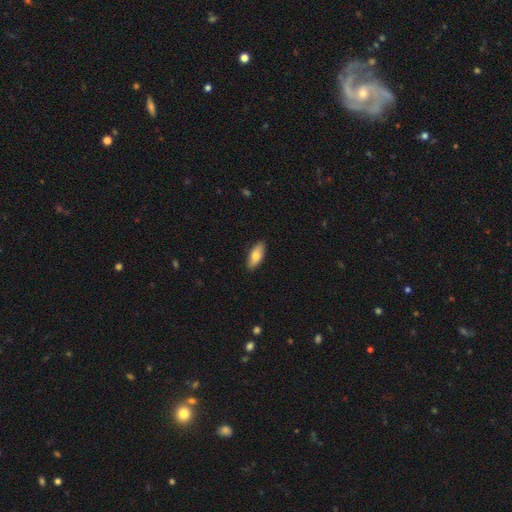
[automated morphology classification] Smooth or featured: smooth — 76% (featured or disk — 18%)
How rounded: in between — 80% (cigar-shaped — 18%)
Merging: none — 88% (minor disturbance — 10%)